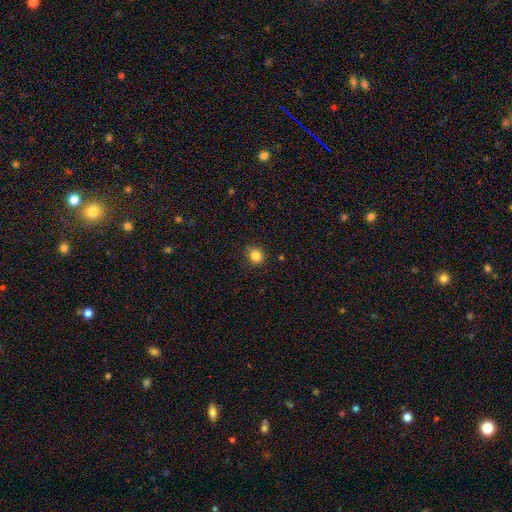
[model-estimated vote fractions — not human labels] Overall: smooth (84%). How rounded: round (78%). Merging: none (84%).